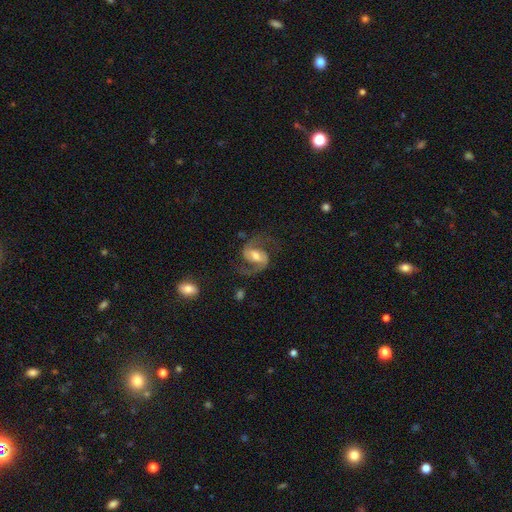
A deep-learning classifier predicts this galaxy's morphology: The model was most divided on "bar": weak: 45%, strong: 35%, no: 19%. More confident: edge-on disk — no (98%); spiral arms — yes (97%); spiral arm count — 2 (93%); smooth or featured — featured or disk (89%); merging — none (74%); bulge size — moderate (61%); spiral winding — medium (57%).